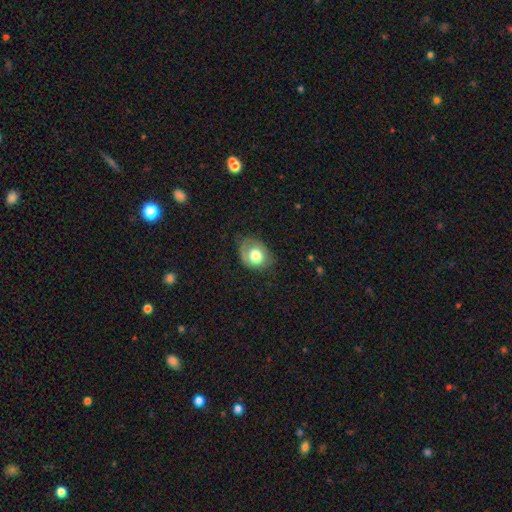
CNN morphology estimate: Smooth or featured: smooth — 62% (featured or disk — 30%)
How rounded: in between — 53% (round — 46%)
Merging: none — 56% (minor disturbance — 28%)